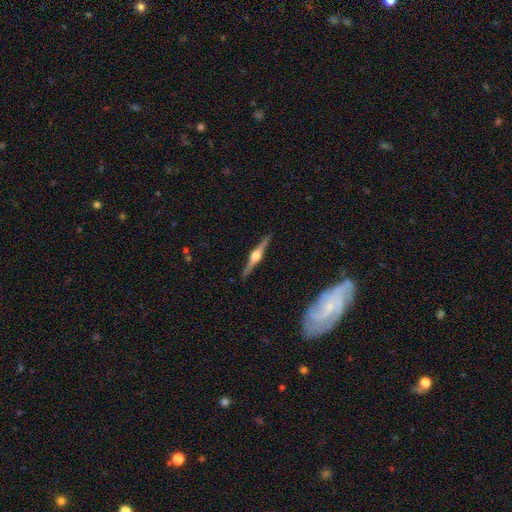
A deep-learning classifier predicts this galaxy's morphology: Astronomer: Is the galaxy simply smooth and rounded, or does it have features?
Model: featured or disk — 85%.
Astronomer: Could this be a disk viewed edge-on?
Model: yes — 98%.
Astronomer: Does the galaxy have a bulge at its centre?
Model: rounded — 94%.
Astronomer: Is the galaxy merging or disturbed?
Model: none — 91%.